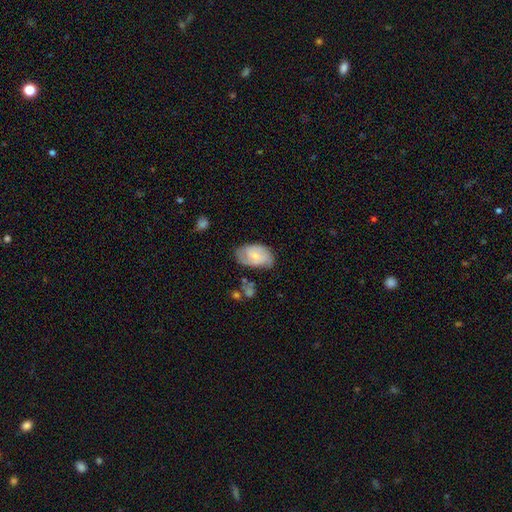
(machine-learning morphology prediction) Smooth or featured? Predicted: featured or disk (p=0.52). Edge-on disk? Predicted: no (p=0.95). Merging? Predicted: none (p=0.61).